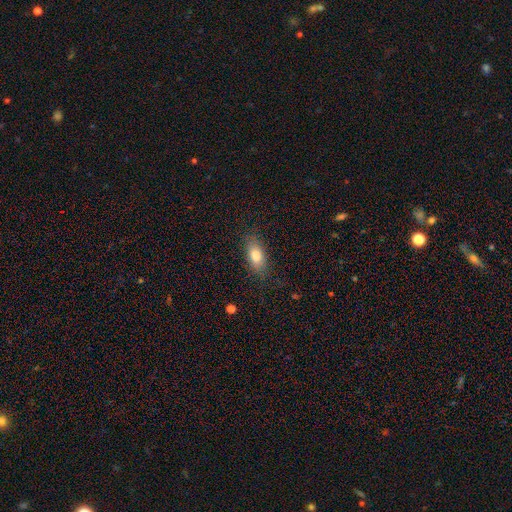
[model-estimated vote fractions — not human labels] A smooth galaxy with no disk features (80%) that is in between round and cigar-shaped (84%).

Vote fractions:
- Smooth or featured? smooth: 80% / featured or disk: 12% / star or artifact: 8%
- How rounded? in between: 84% / cigar-shaped: 11% / round: 5%
- Merging? none: 82% / minor disturbance: 13% / major disturbance: 4% / merger: 1%